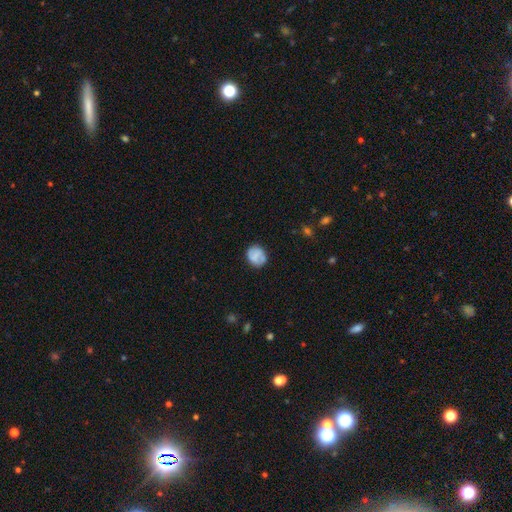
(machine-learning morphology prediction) This appears to be a smooth galaxy with no disk features (62%) that is round (66%). Merging: none (77%).